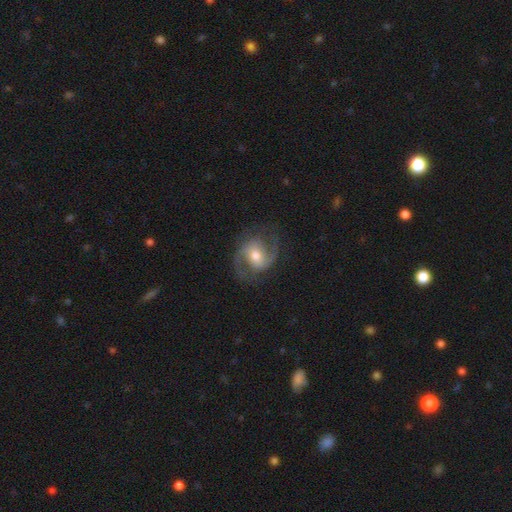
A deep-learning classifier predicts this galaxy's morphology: This appears to be a featured or disk galaxy (84%) with a weak bar (45%), 2 (91%) medium (55%) spiral arms (95%) and a moderate central bulge (66%). Merging: none (75%).